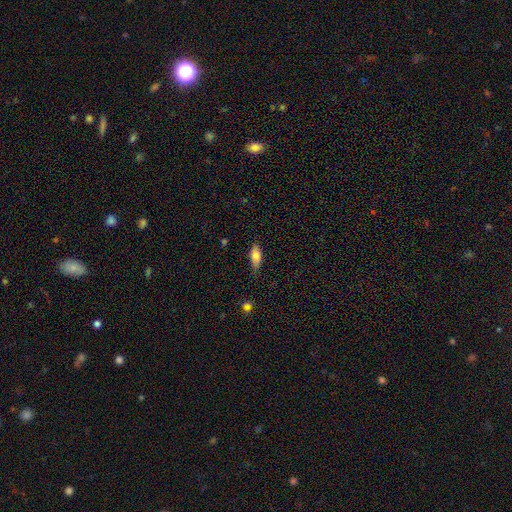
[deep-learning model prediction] smooth_or_featured: smooth (p=0.79) [alt: featured or disk p=0.14]
how_rounded: in between (p=0.79) [alt: cigar-shaped p=0.19]
merging: none (p=0.75) [alt: minor disturbance p=0.20]